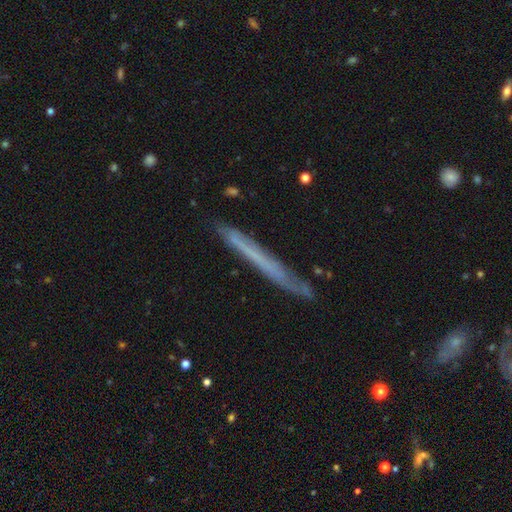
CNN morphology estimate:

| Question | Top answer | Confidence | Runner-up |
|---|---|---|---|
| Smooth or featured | featured or disk | 47% | smooth (44%) |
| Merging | none | 83% | minor disturbance (13%) |